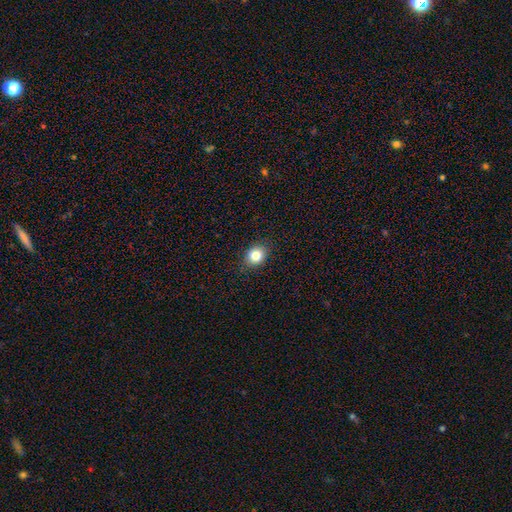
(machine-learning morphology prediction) The model was most divided on "how rounded": round: 55%, in between: 44%, cigar-shaped: 1%. More confident: merging — none (88%); smooth or featured — smooth (82%).